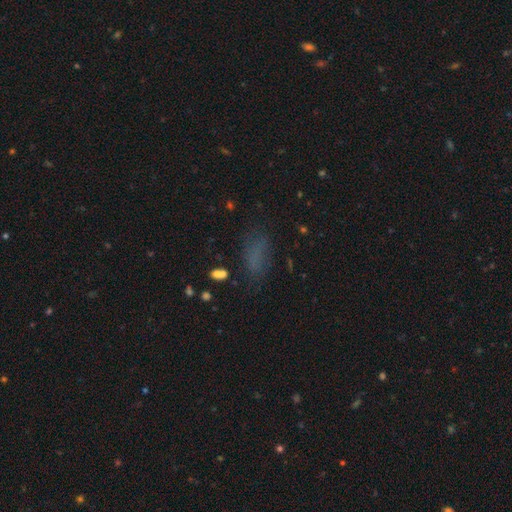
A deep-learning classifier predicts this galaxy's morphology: A smooth galaxy with no disk features (65%) that is in between round and cigar-shaped (82%).

Vote fractions:
- Smooth or featured? smooth: 65% / star or artifact: 22% / featured or disk: 13%
- How rounded? in between: 82% / cigar-shaped: 12% / round: 5%
- Merging? none: 65% / minor disturbance: 19% / major disturbance: 12% / merger: 3%